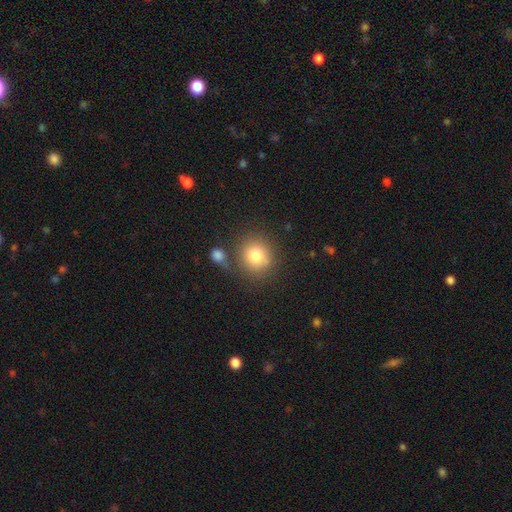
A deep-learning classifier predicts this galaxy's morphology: type=smooth (81%); roundness=round (86%); merging=none (72%).